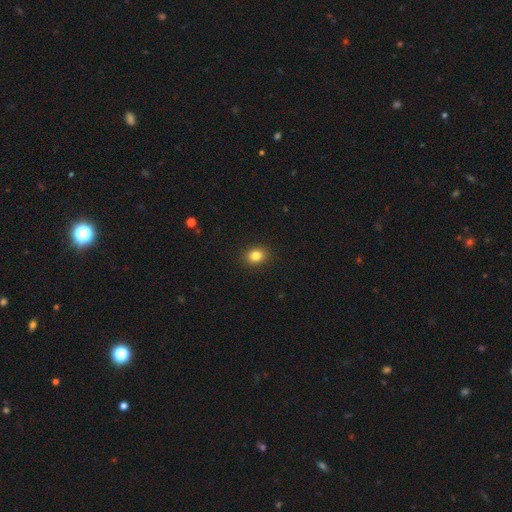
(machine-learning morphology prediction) This is clearly a smooth galaxy (84%). How rounded: possibly round (54%). Merging: clearly none (91%).